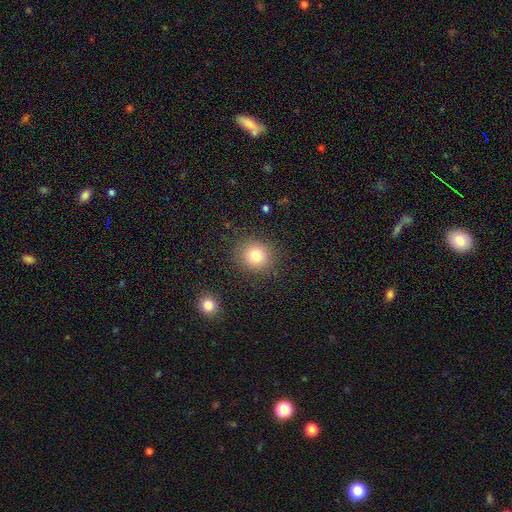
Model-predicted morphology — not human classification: Overall: smooth (80%). How rounded: round (85%). Merging: none (87%).